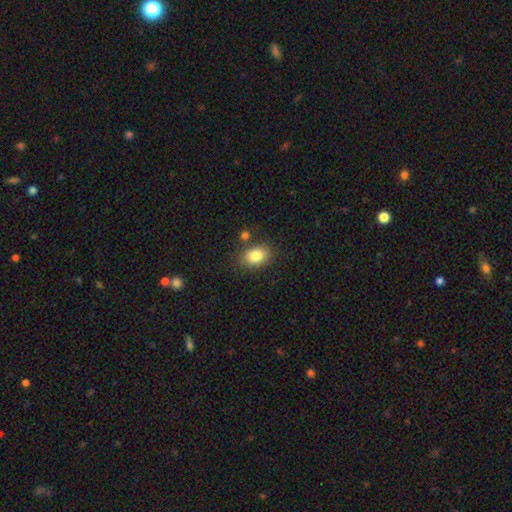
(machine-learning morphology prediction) Smooth or featured: smooth — 83% (star or artifact — 9%)
How rounded: in between — 77% (round — 21%)
Merging: none — 79% (minor disturbance — 12%)